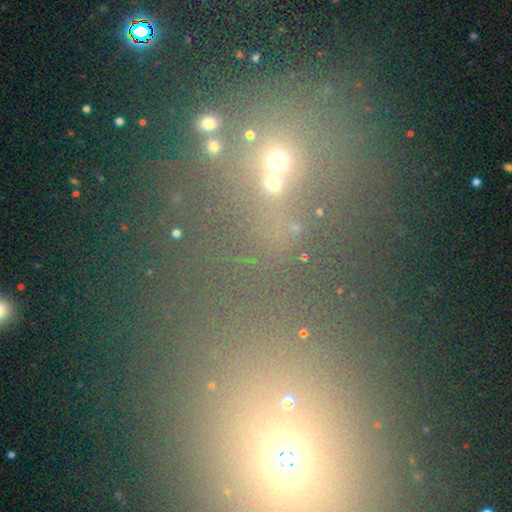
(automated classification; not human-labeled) Smooth or featured? star or artifact (54%)